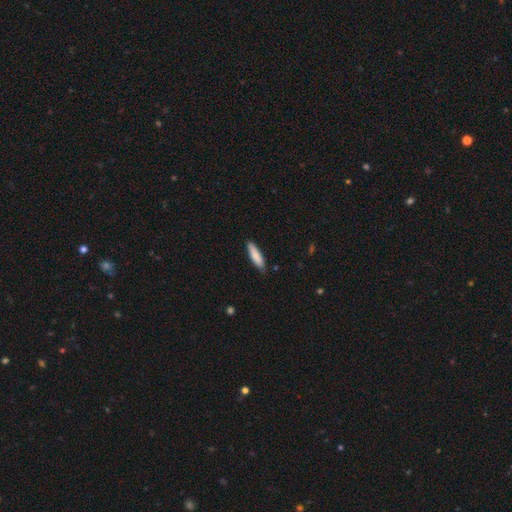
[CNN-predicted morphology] Smooth or featured: smooth — 84% (featured or disk — 11%)
How rounded: cigar-shaped — 70% (in between — 29%)
Merging: none — 82% (minor disturbance — 15%)